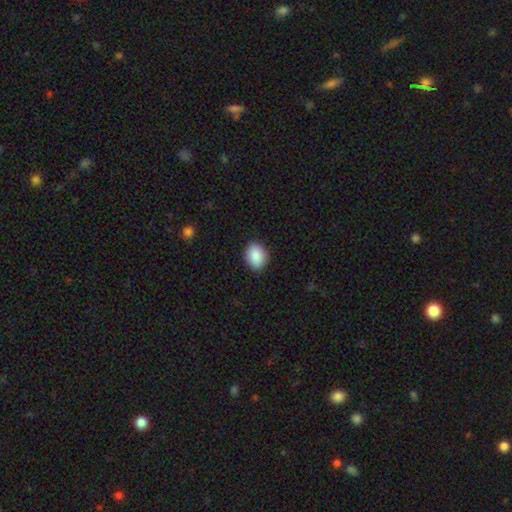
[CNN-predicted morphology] Smooth or featured?
  - smooth: 89% *
  - star or artifact: 7%
  - featured or disk: 3%
How rounded?
  - in between: 63% *
  - round: 36%
  - cigar-shaped: 1%
Merging?
  - none: 88% *
  - minor disturbance: 9%
  - major disturbance: 2%
  - merger: 1%